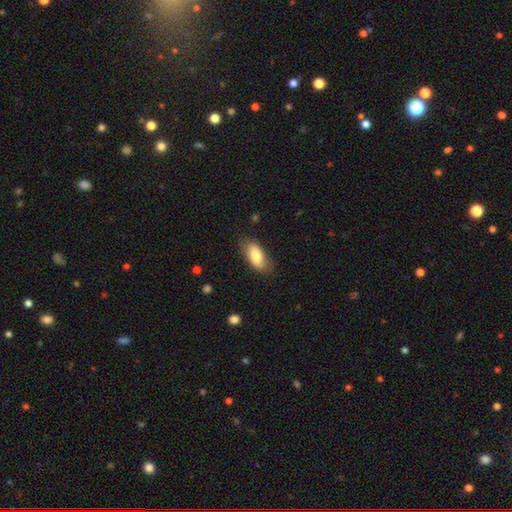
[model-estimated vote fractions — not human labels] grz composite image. It shows a smooth galaxy with no disk features (80%) that is in between round and cigar-shaped (89%). Merging: none (77%).